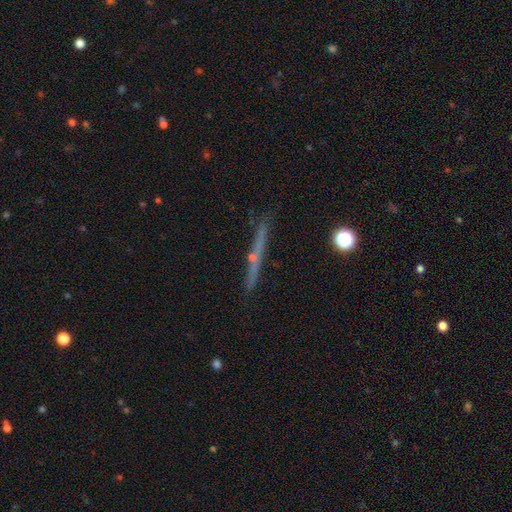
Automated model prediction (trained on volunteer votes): Overall: featured or disk (69%). Edge-on disk: yes (96%). Edge-on bulge: rounded (55%; none 41%). Merging: none (87%).